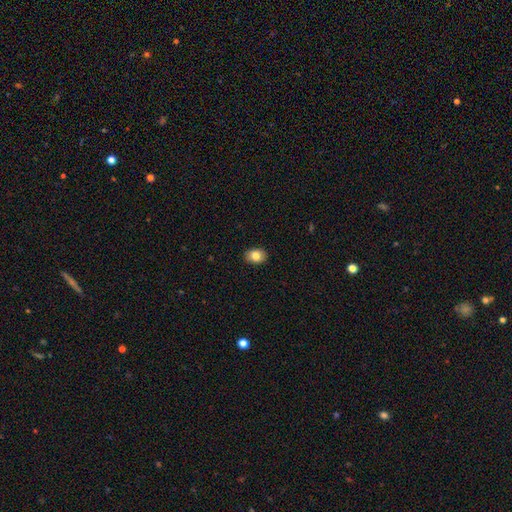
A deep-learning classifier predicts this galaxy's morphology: Overall: smooth (84%). How rounded: in between (69%; round 30%). Merging: none (89%).